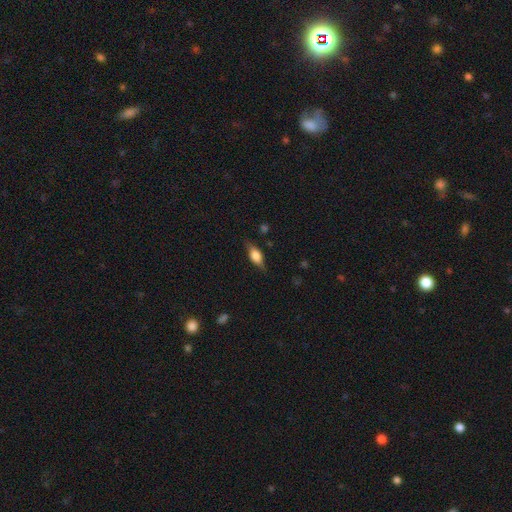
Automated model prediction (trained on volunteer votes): This appears to be a smooth galaxy with no disk features (49%). Merging: none (76%).